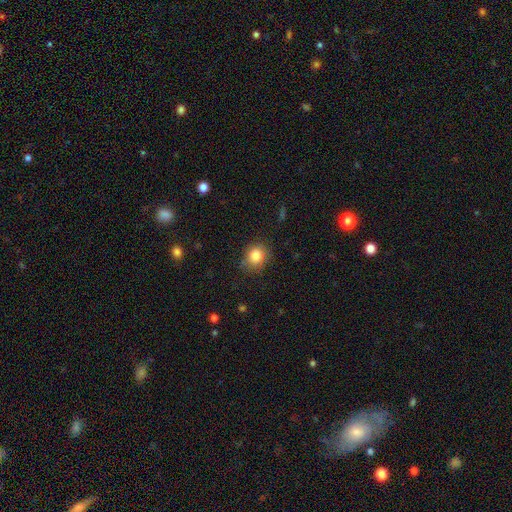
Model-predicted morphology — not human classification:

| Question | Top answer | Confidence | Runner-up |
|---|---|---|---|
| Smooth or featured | smooth | 84% | star or artifact (10%) |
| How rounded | round | 76% | in between (23%) |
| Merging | none | 80% | minor disturbance (15%) |